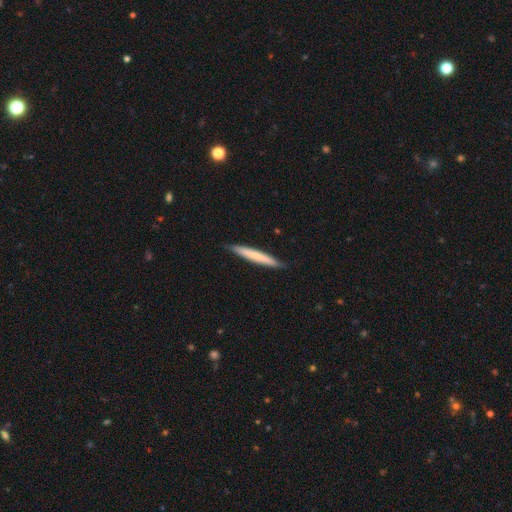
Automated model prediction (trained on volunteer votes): Smooth or featured?
  - smooth: 66% *
  - featured or disk: 29%
  - star or artifact: 5%
How rounded?
  - cigar-shaped: 96% *
  - in between: 3%
  - round: 1%
Merging?
  - none: 88% *
  - minor disturbance: 10%
  - major disturbance: 1%
  - merger: 1%